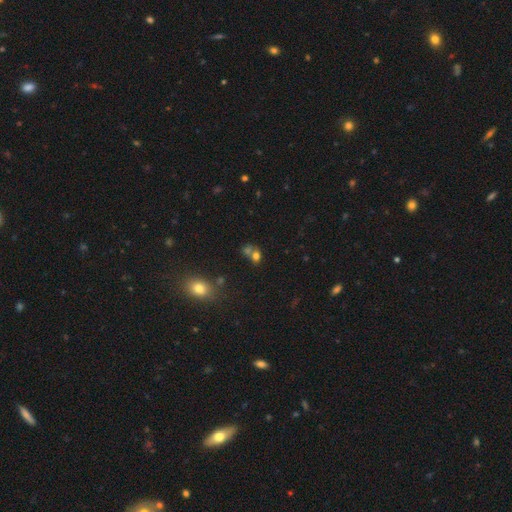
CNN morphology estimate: The model was most divided on "merging": merger: 49%, none: 36%, minor disturbance: 9%, major disturbance: 6%. More confident: smooth or featured — smooth (68%); how rounded — round (57%).